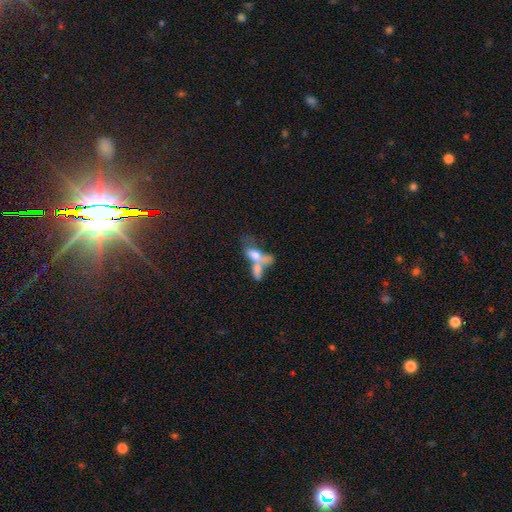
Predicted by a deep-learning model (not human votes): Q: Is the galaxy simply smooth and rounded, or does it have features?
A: smooth — 59%.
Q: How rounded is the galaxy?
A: in between — 72%.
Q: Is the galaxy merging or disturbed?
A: merger — 70%.